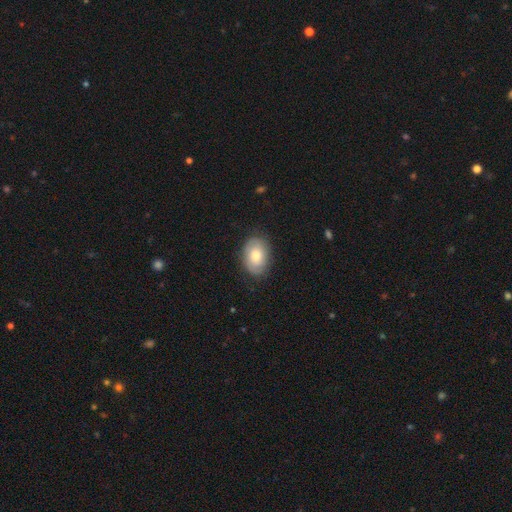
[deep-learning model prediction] Smooth or featured? smooth (58%)
How rounded? in between (77%)
Merging? none (79%)